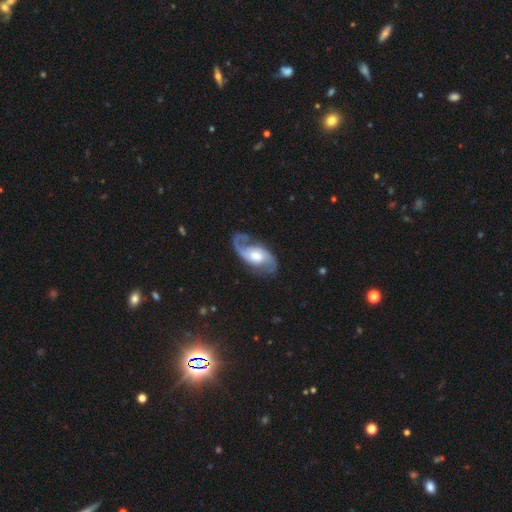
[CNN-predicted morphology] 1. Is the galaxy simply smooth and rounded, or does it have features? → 88% featured or disk, 8% smooth, 4% star or artifact.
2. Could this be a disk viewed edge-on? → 97% no, 3% yes.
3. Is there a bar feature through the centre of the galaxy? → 51% no, 39% weak, 10% strong.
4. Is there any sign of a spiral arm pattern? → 96% yes, 4% no.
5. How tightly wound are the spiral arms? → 49% medium, 37% loose, 14% tight.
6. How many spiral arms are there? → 92% 2, 2% can't tell, 2% 1, 1% 3, 1% 4, 1% more than 4.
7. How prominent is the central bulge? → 49% moderate, 32% large, 12% small, 3% none, 3% dominant.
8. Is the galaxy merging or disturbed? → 73% none, 16% minor disturbance, 9% major disturbance, 2% merger.